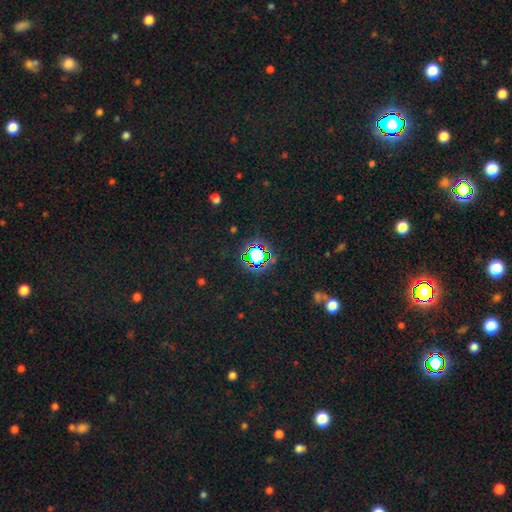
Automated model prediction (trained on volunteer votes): This appears to be a star or artifact, not a galaxy (73%).